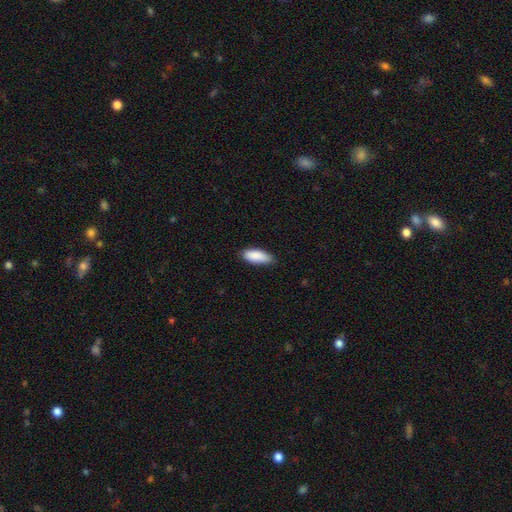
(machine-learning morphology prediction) Overall: smooth (89%). How rounded: in between (81%). Merging: none (74%).